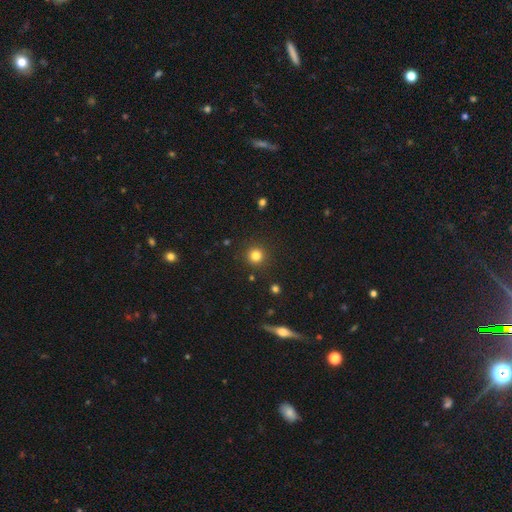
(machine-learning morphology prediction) The model was most divided on "smooth or featured": smooth: 82%, star or artifact: 13%, featured or disk: 5%. More confident: how rounded — round (94%); merging — none (91%).